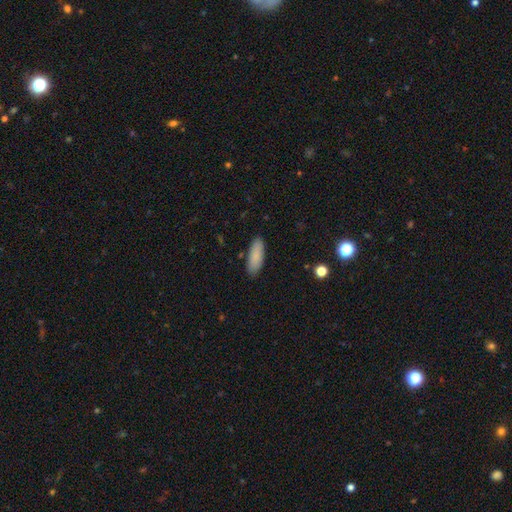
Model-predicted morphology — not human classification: smooth_or_featured: smooth (p=0.87) [alt: featured or disk p=0.07]
how_rounded: in between (p=0.69) [alt: cigar-shaped p=0.30]
merging: none (p=0.88) [alt: minor disturbance p=0.09]